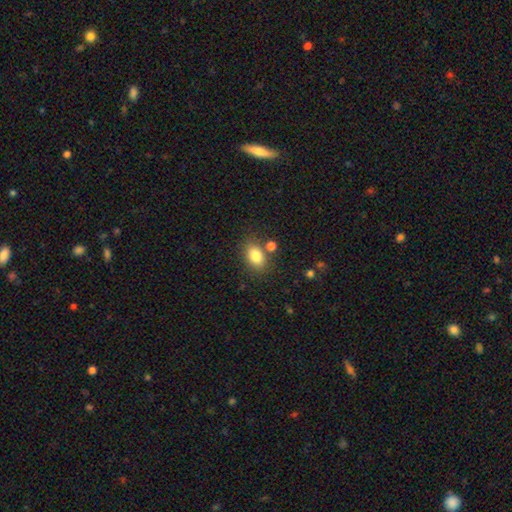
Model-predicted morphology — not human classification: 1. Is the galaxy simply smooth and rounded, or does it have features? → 82% smooth, 10% star or artifact, 8% featured or disk.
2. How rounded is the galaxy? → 79% in between, 20% round, 2% cigar-shaped.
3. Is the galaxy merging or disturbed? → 74% none, 12% minor disturbance, 10% merger, 4% major disturbance.